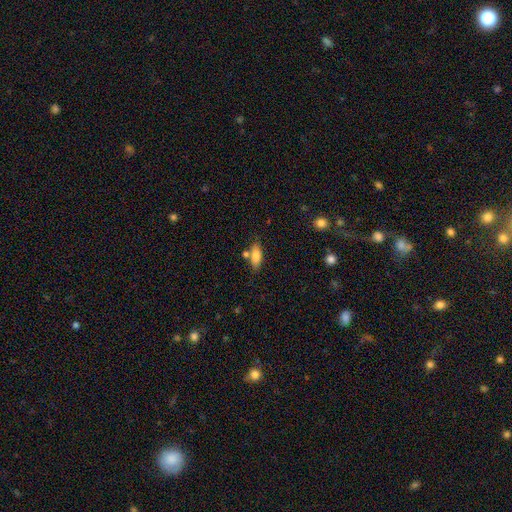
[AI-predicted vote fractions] smooth 79%, featured or disk 14%, star or artifact 7%. Down the decision tree: how rounded — in between (72%); merging — none (68%).